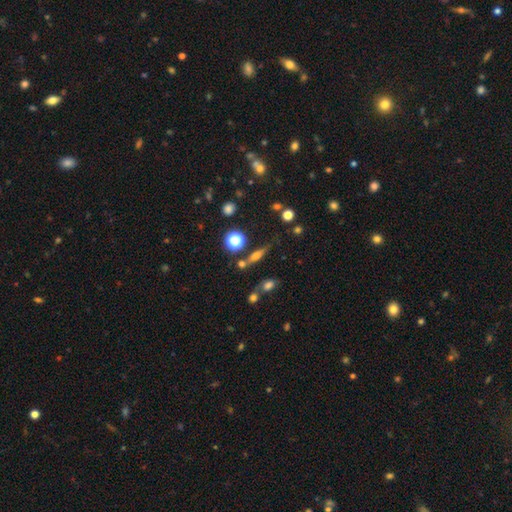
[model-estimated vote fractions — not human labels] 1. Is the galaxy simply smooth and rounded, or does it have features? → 44% smooth, 39% featured or disk, 17% star or artifact.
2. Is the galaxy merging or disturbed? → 70% none, 13% minor disturbance, 11% merger, 5% major disturbance.